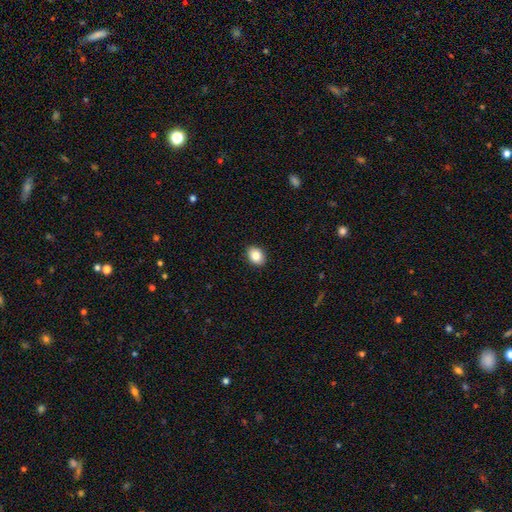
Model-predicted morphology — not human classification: Smooth or featured?
  - smooth: 85% *
  - star or artifact: 8%
  - featured or disk: 7%
How rounded?
  - in between: 61% *
  - round: 38%
  - cigar-shaped: 1%
Merging?
  - none: 91% *
  - minor disturbance: 7%
  - major disturbance: 2%
  - merger: 1%